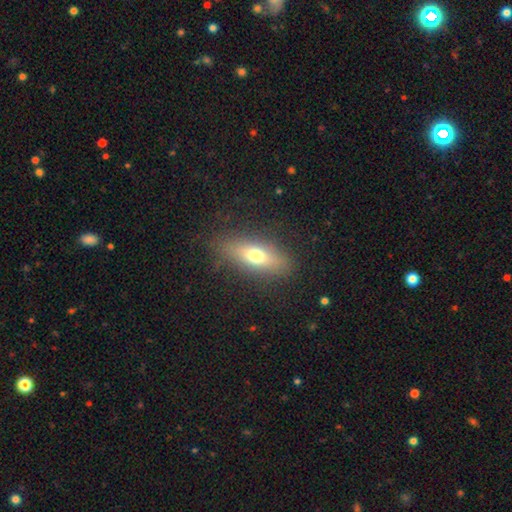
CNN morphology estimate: Smooth or featured?
  - smooth: 67% *
  - featured or disk: 23%
  - star or artifact: 10%
How rounded?
  - in between: 69% *
  - cigar-shaped: 24%
  - round: 7%
Merging?
  - none: 83% *
  - minor disturbance: 11%
  - major disturbance: 5%
  - merger: 1%